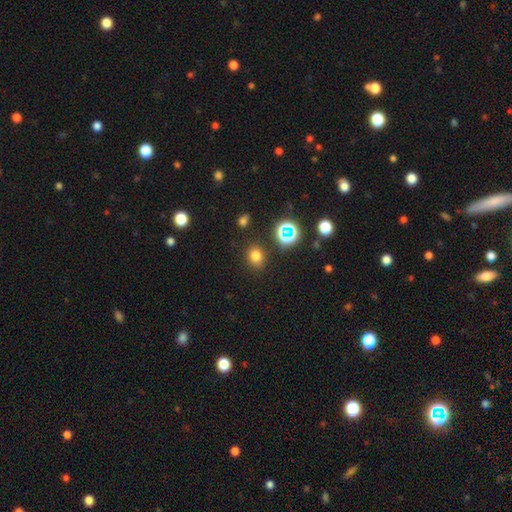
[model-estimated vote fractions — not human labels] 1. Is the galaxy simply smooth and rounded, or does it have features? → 73% smooth, 21% star or artifact, 6% featured or disk.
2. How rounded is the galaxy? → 66% round, 33% in between, 1% cigar-shaped.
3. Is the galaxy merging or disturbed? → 83% none, 11% minor disturbance, 4% major disturbance, 3% merger.